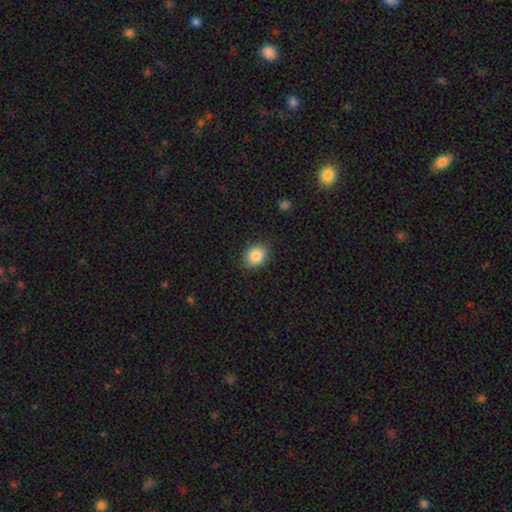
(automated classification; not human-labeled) This appears to be a smooth galaxy with no disk features (86%) that is in between round and cigar-shaped (55%). Merging: none (86%).